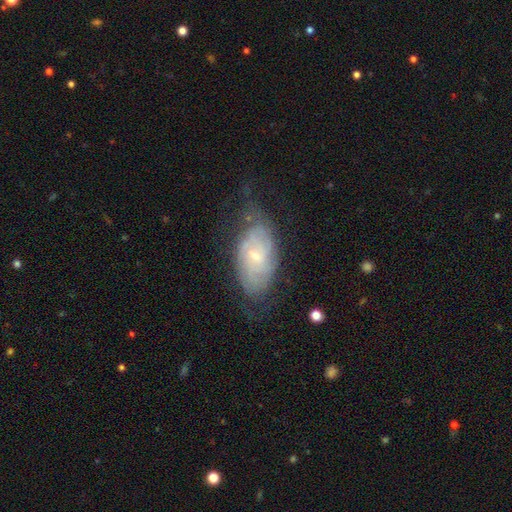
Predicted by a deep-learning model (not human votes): Smooth or featured? Predicted: featured or disk (p=0.67). Edge-on disk? Predicted: no (p=0.93). Bar? Predicted: weak (p=0.49). Spiral arms? Predicted: yes (p=0.83). Spiral winding? Predicted: tight (p=0.57). Spiral arm count? Predicted: can't tell (p=0.53). Bulge size? Predicted: small (p=0.66). Merging? Predicted: none (p=0.55).